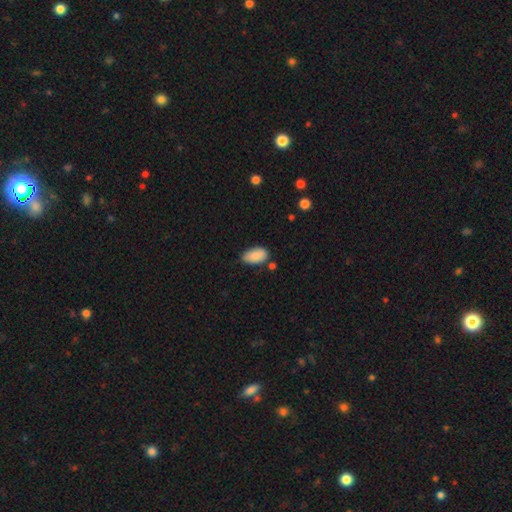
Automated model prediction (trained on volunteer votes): Q: Smooth or featured?
A: smooth (87%); runner-up: star or artifact (7%)
Q: How rounded?
A: in between (95%); runner-up: round (3%)
Q: Merging?
A: none (71%); runner-up: minor disturbance (21%)